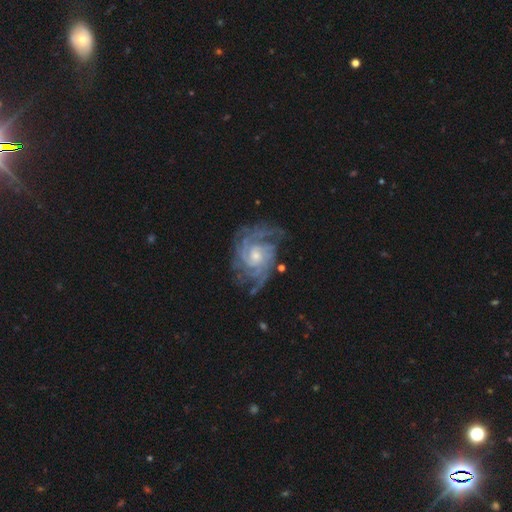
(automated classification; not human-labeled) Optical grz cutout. It shows a featured or disk galaxy (89%) with no bar (65%), tight (65%) spiral arms (98%) and a moderate central bulge (48%). Merging: none (71%).